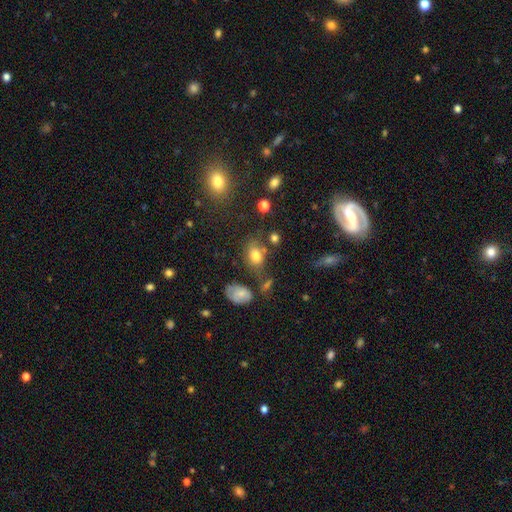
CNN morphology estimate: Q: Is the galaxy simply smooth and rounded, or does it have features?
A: smooth — 76%.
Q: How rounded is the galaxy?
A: in between — 78%.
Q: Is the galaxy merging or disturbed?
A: none — 58%.